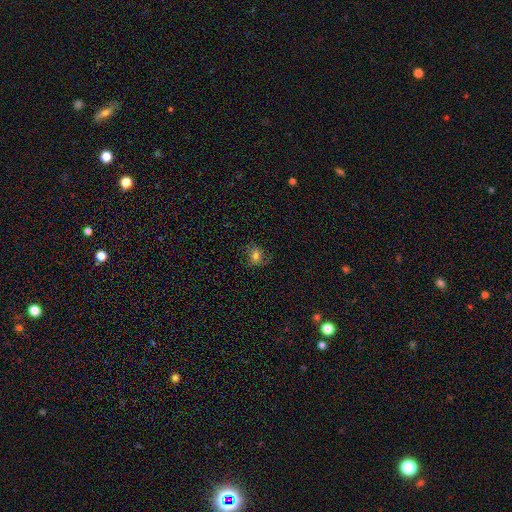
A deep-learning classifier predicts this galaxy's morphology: Smooth or featured? smooth (61%)
How rounded? round (55%)
Merging? none (66%)